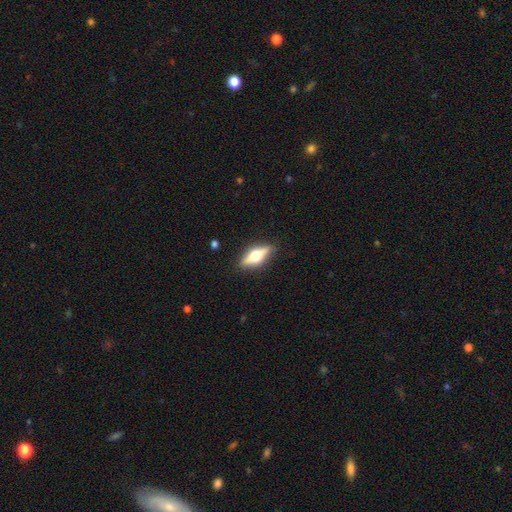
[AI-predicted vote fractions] A featured or disk galaxy (60%) viewed edge-on (93%) with a rounded central bulge (95%). Merging: none (88%).